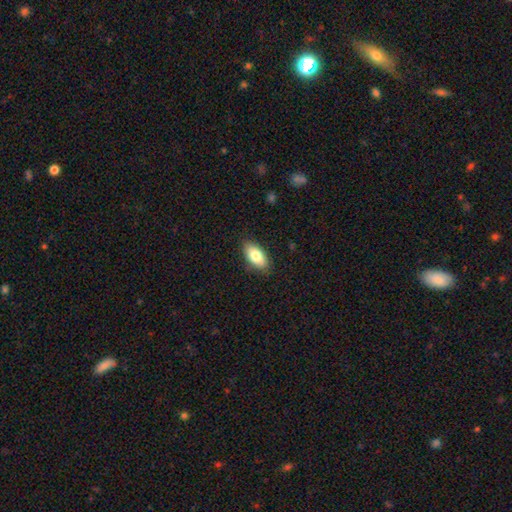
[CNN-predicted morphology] A smooth galaxy with no disk features (80%) that is in between round and cigar-shaped (91%).

Vote fractions:
- Smooth or featured? smooth: 80% / featured or disk: 14% / star or artifact: 7%
- How rounded? in between: 91% / cigar-shaped: 6% / round: 3%
- Merging? none: 86% / minor disturbance: 11% / major disturbance: 2% / merger: 1%